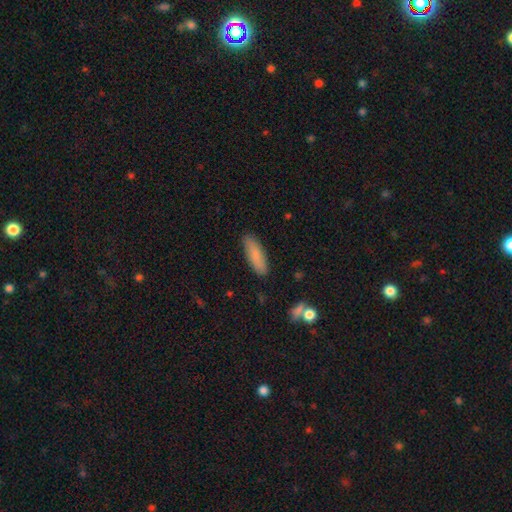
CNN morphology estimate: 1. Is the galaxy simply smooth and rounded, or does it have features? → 83% smooth, 10% featured or disk, 6% star or artifact.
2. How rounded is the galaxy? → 52% cigar-shaped, 46% in between, 2% round.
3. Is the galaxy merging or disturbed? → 87% none, 10% minor disturbance, 2% major disturbance, 1% merger.